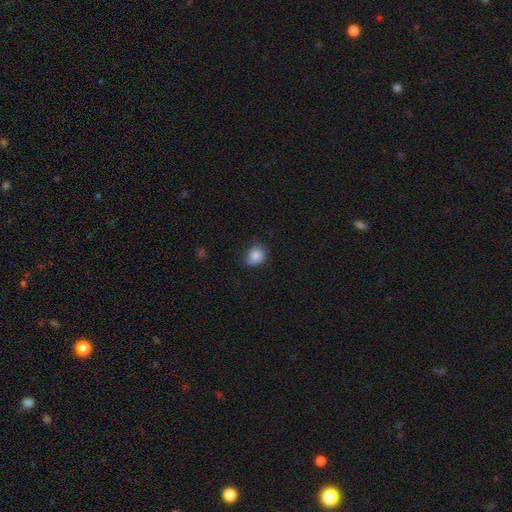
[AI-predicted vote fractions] A smooth galaxy with no disk features (83%) that is round (64%). Merging: none (53%).